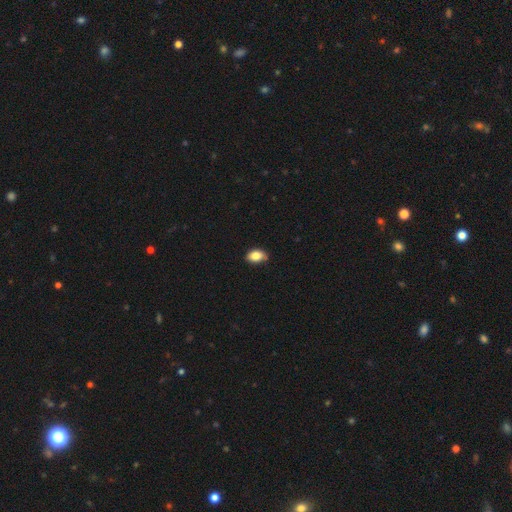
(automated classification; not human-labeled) The model was most divided on "merging": none: 75%, minor disturbance: 21%, major disturbance: 3%, merger: 1%. More confident: how rounded — in between (87%); smooth or featured — smooth (83%).